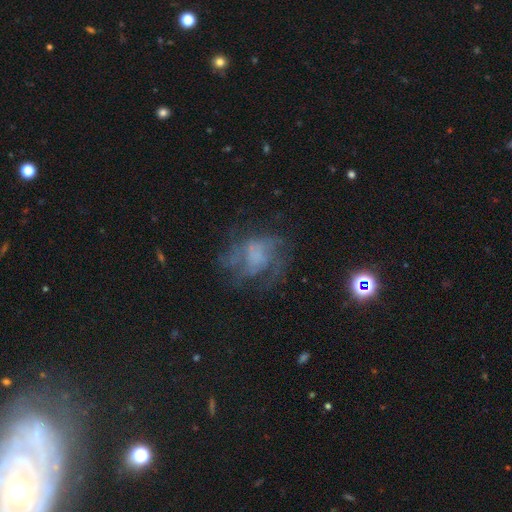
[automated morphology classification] Smooth or featured? featured or disk (61%)
Edge-on disk? no (98%)
Bar? no (77%)
Spiral arms? yes (68%)
Bulge size? none (58%)
Merging? none (54%)